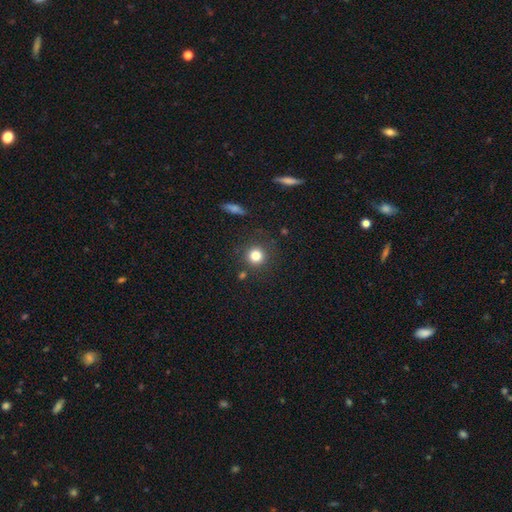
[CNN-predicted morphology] This appears to be a smooth galaxy with no disk features (81%) that is round (94%). Merging: none (85%).